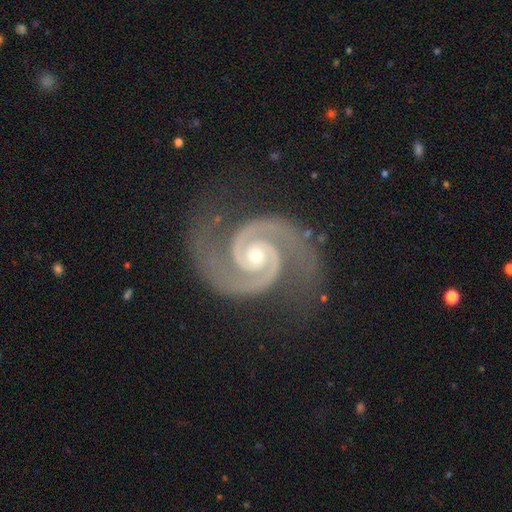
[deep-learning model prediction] Smooth or featured?
  - featured or disk: 95% *
  - star or artifact: 4%
  - smooth: 2%
Edge-on disk?
  - no: 99% *
  - yes: 1%
Bar?
  - no: 63% *
  - weak: 26%
  - strong: 11%
Spiral arms?
  - yes: 99% *
  - no: 1%
Spiral winding?
  - tight: 53% *
  - medium: 43%
  - loose: 4%
Spiral arm count?
  - 2: 95% *
  - 3: 1%
  - can't tell: 1%
  - 1: 1%
  - 4: 1%
  - more than 4: 1%
Bulge size?
  - small: 49% *
  - moderate: 47%
  - large: 2%
  - none: 1%
  - dominant: 1%
Merging?
  - none: 81% *
  - minor disturbance: 14%
  - major disturbance: 4%
  - merger: 1%